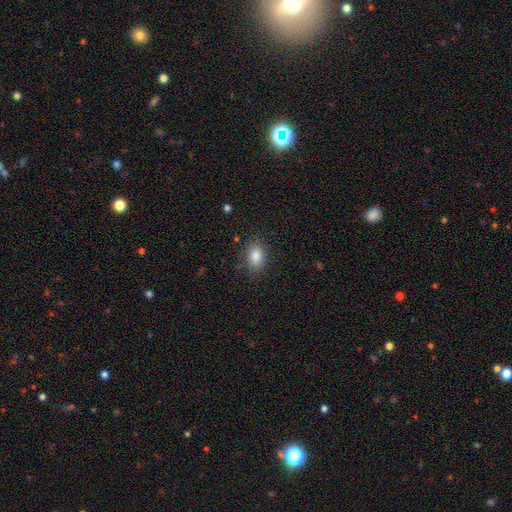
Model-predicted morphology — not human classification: This appears to be a smooth galaxy with no disk features (85%) that is in between round and cigar-shaped (75%). Merging: none (84%).